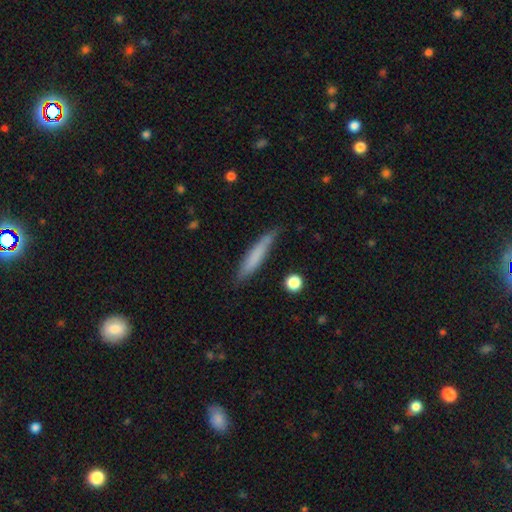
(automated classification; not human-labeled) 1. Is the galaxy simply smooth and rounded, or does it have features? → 71% smooth, 23% featured or disk, 7% star or artifact.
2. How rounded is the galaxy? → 91% cigar-shaped, 8% in between, 1% round.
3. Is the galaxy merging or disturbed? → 75% none, 19% minor disturbance, 4% major disturbance, 2% merger.